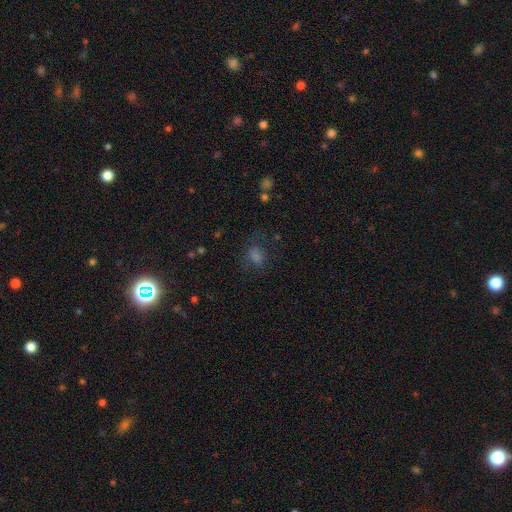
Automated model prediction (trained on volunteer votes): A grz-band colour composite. It shows a smooth galaxy with no disk features (54%) that is round (52%). Merging: none (66%).